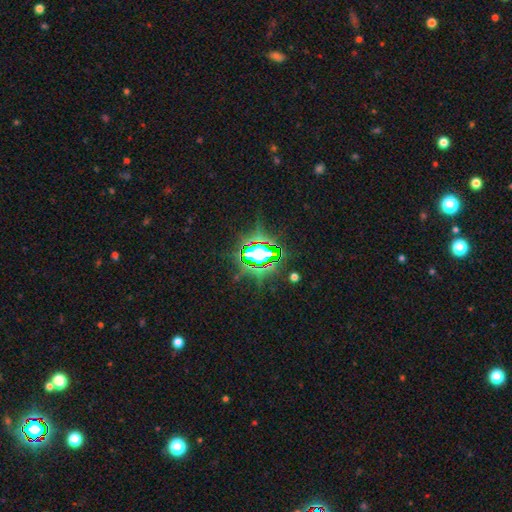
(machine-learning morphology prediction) This is likely a star or artifact rather than a galaxy (78%).